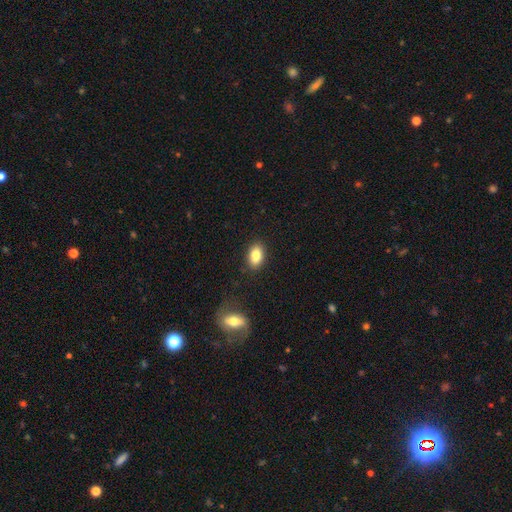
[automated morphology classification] smooth 84%, star or artifact 8%, featured or disk 8%. Down the decision tree: how rounded — in between (86%); merging — none (87%).